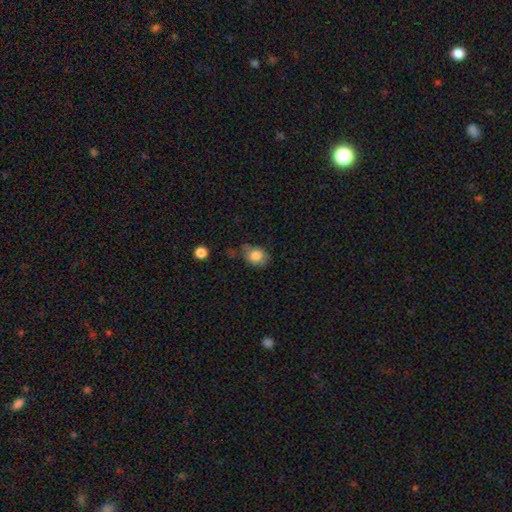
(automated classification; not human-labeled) This is clearly a smooth galaxy (80%). How rounded: likely in between (65%). Merging: possibly none (55%).